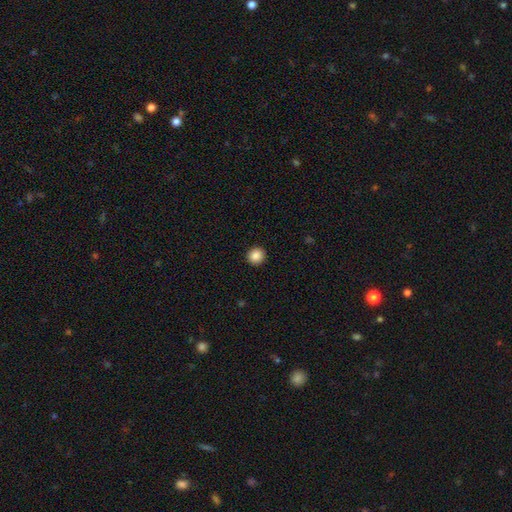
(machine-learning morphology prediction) This is clearly a smooth galaxy (87%). How rounded: clearly round (92%). Merging: clearly none (93%).